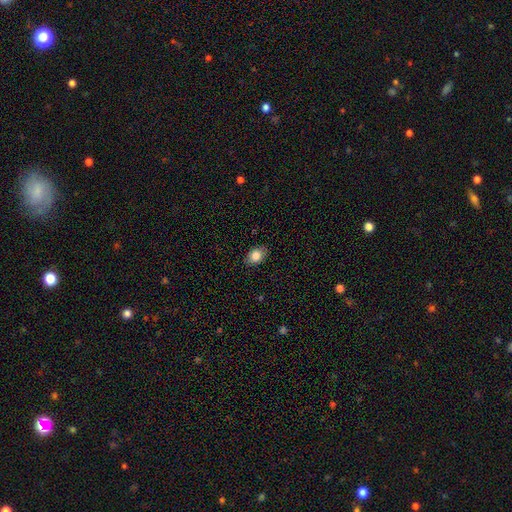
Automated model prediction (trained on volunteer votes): This appears to be a smooth galaxy with no disk features (84%) that is in between round and cigar-shaped (75%). Merging: none (86%).